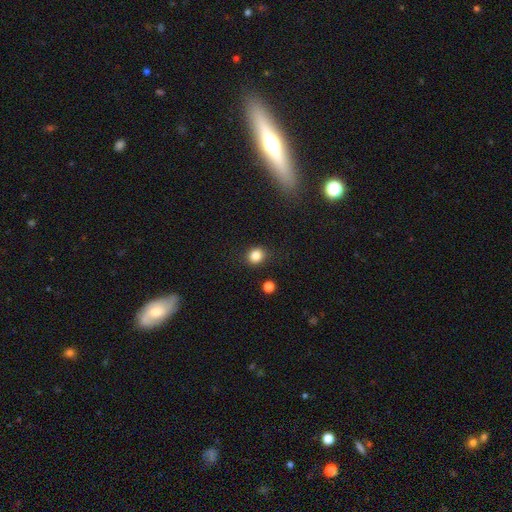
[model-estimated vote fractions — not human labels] smooth 84%, star or artifact 11%, featured or disk 5%. Down the decision tree: how rounded — round (73%); merging — none (85%).